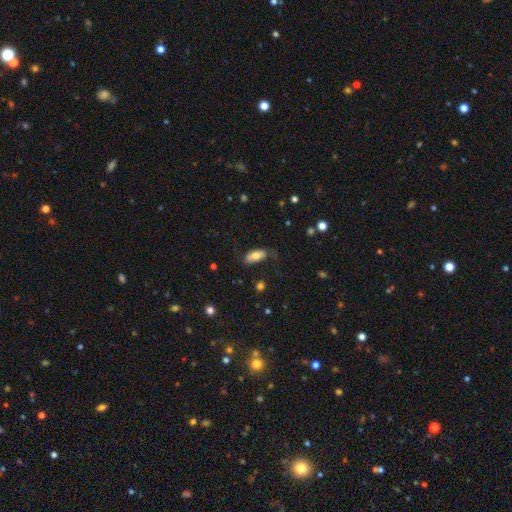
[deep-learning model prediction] A smooth galaxy with no disk features (75%) that is in between round and cigar-shaped (87%).

Vote fractions:
- Smooth or featured? smooth: 75% / featured or disk: 18% / star or artifact: 7%
- How rounded? in between: 87% / cigar-shaped: 10% / round: 3%
- Merging? none: 67% / minor disturbance: 24% / major disturbance: 8% / merger: 2%